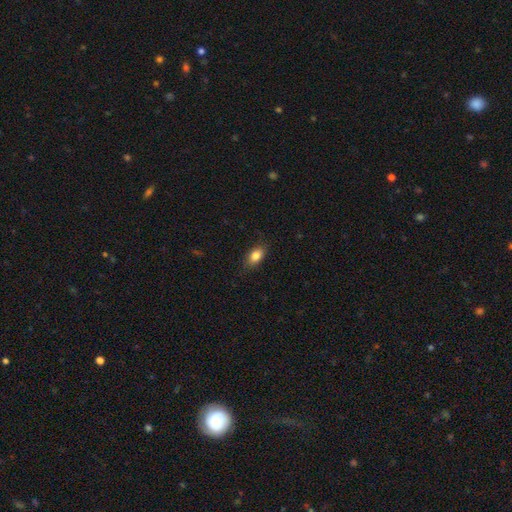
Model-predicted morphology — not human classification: smooth 84%, star or artifact 8%, featured or disk 8%. Down the decision tree: how rounded — in between (88%); merging — none (85%).